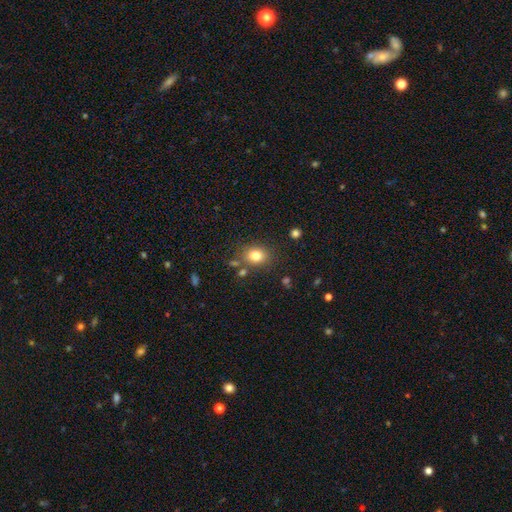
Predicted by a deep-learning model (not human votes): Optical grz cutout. It shows a smooth galaxy with no disk features (80%) that is round (52%). Merging: none (77%).